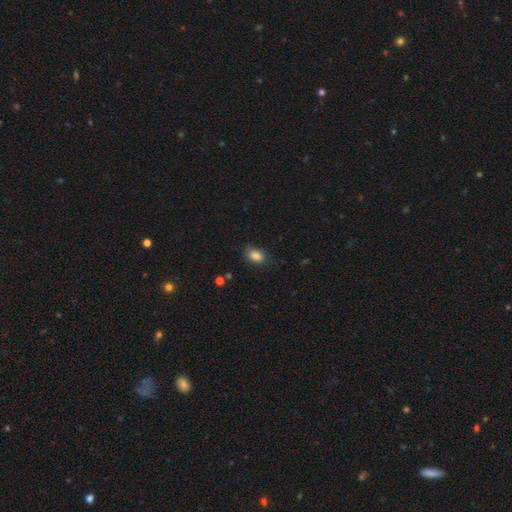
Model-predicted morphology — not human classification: smooth-or-featured: smooth: 85% | star or artifact: 9% | featured or disk: 6%
  how-rounded: in between: 75% | round: 24% | cigar-shaped: 1%
  merging: none: 71% | minor disturbance: 22% | major disturbance: 5% | merger: 2%